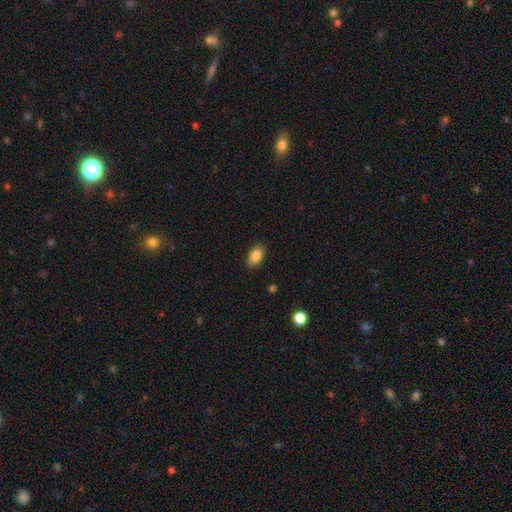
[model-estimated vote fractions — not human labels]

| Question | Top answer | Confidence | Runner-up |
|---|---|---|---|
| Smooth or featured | smooth | 87% | star or artifact (8%) |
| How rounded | in between | 91% | round (6%) |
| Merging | none | 88% | minor disturbance (9%) |